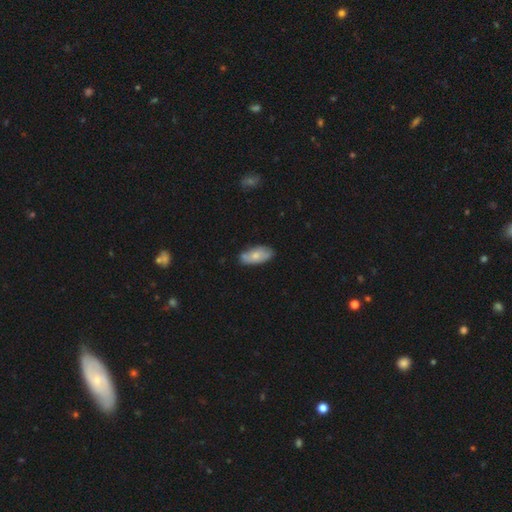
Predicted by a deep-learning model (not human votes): smooth 67%, featured or disk 27%, star or artifact 6%. Down the decision tree: how rounded — in between (89%); merging — none (70%).